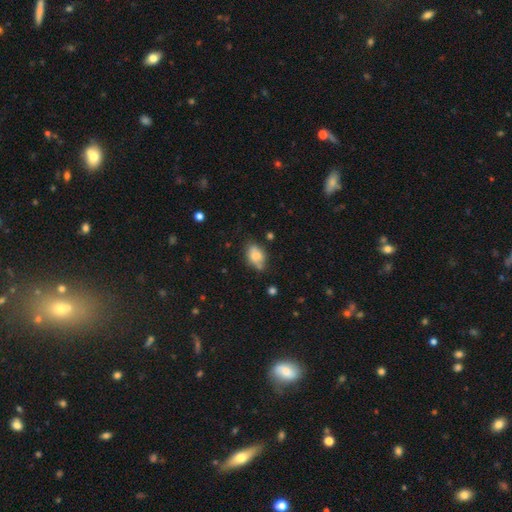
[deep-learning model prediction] This is likely a smooth galaxy (71%). How rounded: clearly in between (84%). Merging: possibly none (50%).